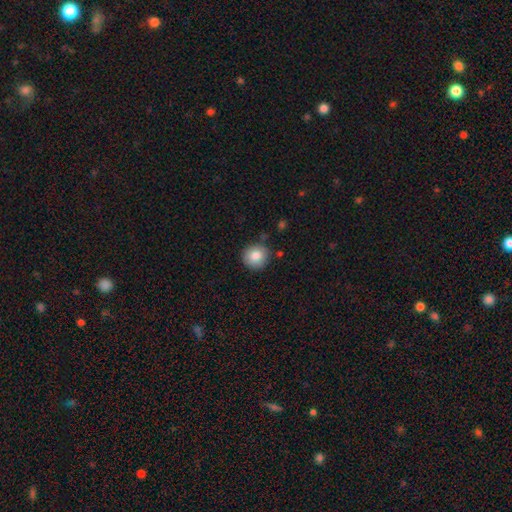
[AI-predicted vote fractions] smooth_or_featured: smooth (p=0.83) [alt: featured or disk p=0.09]
how_rounded: round (p=0.91) [alt: in between p=0.08]
merging: none (p=0.84) [alt: minor disturbance p=0.11]